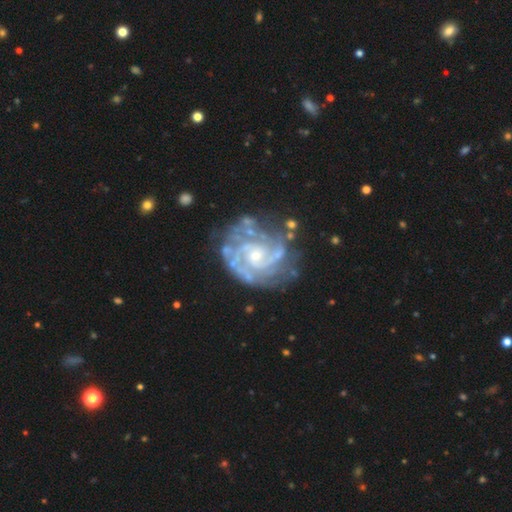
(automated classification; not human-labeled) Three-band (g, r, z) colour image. It shows a featured or disk galaxy (91%) with no bar (69%), 2 (38%) tight (67%) spiral arms (97%) and a small central bulge (65%). Merging: none (68%).